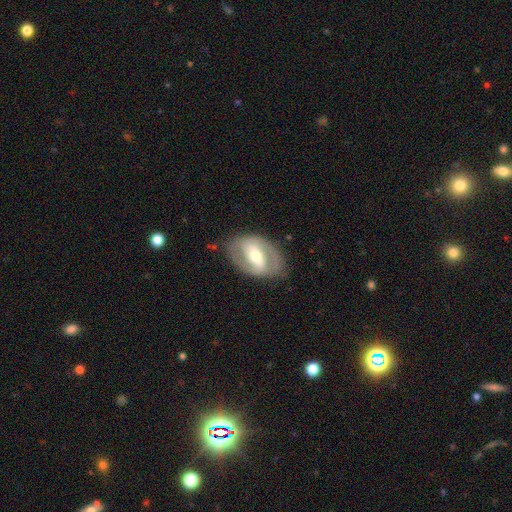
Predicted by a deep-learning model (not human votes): featured or disk 73%, smooth 21%, star or artifact 5%. Down the decision tree: edge-on disk — no (94%); bar — strong (54%); spiral arms — yes (67%); bulge size — moderate (58%); merging — none (76%).